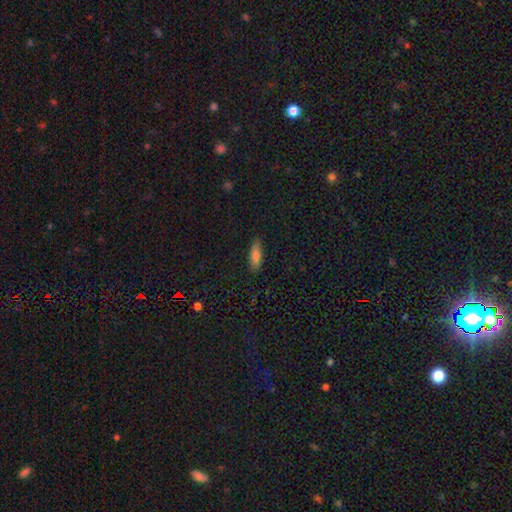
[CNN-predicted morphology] A smooth galaxy with no disk features (80%) that is in between round and cigar-shaped (66%).

Vote fractions:
- Smooth or featured? smooth: 80% / featured or disk: 13% / star or artifact: 7%
- How rounded? in between: 66% / cigar-shaped: 32% / round: 2%
- Merging? none: 83% / minor disturbance: 13% / major disturbance: 2% / merger: 1%